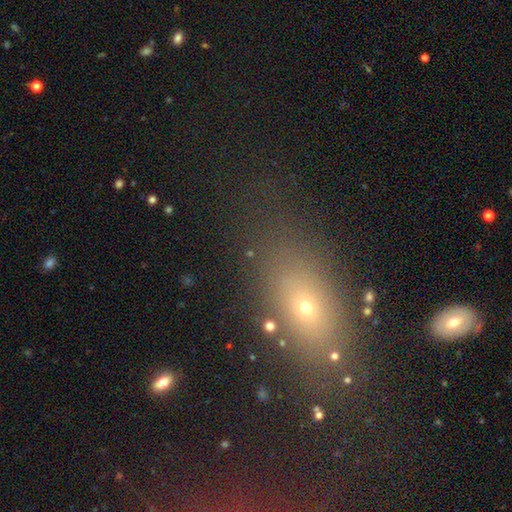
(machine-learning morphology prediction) Smooth or featured: smooth — 52% (star or artifact — 31%)
How rounded: in between — 67% (round — 20%)
Merging: none — 76% (minor disturbance — 12%)